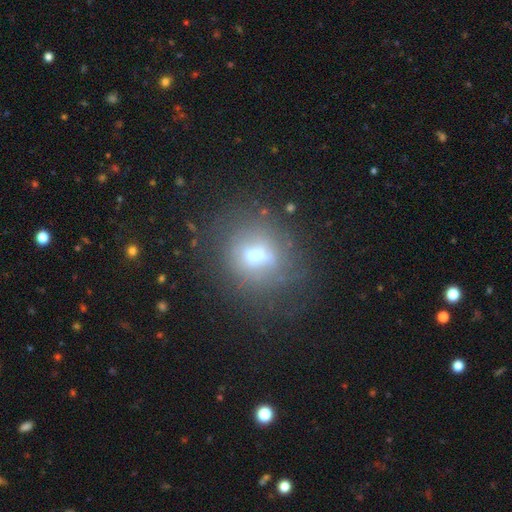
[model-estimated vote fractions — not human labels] smooth_or_featured: smooth (p=0.51) [alt: featured or disk p=0.31]
how_rounded: round (p=0.63) [alt: in between p=0.35]
merging: none (p=0.74) [alt: minor disturbance p=0.16]